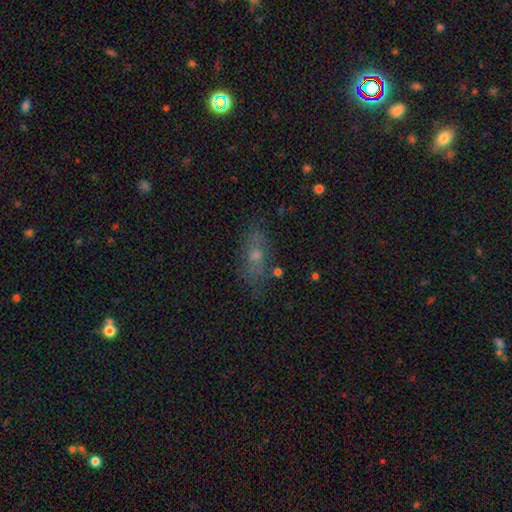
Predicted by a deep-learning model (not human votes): Q: Smooth or featured?
A: smooth (47%); runner-up: featured or disk (34%)
Q: Merging?
A: none (73%); runner-up: minor disturbance (17%)